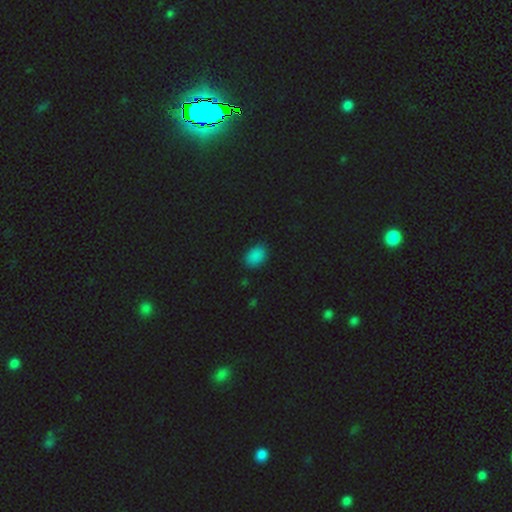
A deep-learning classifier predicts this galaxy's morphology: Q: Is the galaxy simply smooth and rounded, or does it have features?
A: smooth — 83%.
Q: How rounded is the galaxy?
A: in between — 79%.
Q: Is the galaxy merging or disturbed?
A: none — 84%.